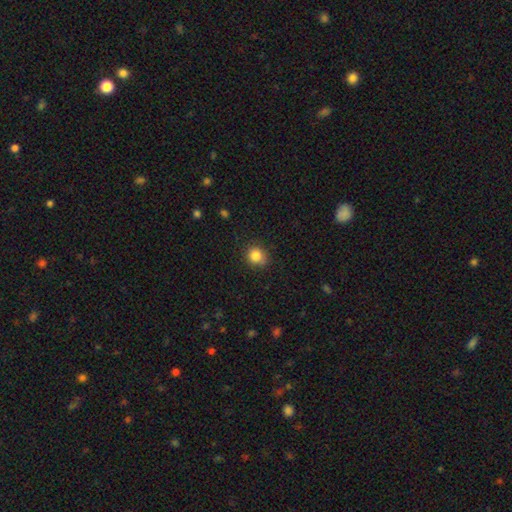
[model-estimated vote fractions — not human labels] A smooth galaxy with no disk features (84%) that is round (80%).

Vote fractions:
- Smooth or featured? smooth: 84% / star or artifact: 10% / featured or disk: 5%
- How rounded? round: 80% / in between: 19% / cigar-shaped: 1%
- Merging? none: 81% / minor disturbance: 15% / major disturbance: 3% / merger: 1%